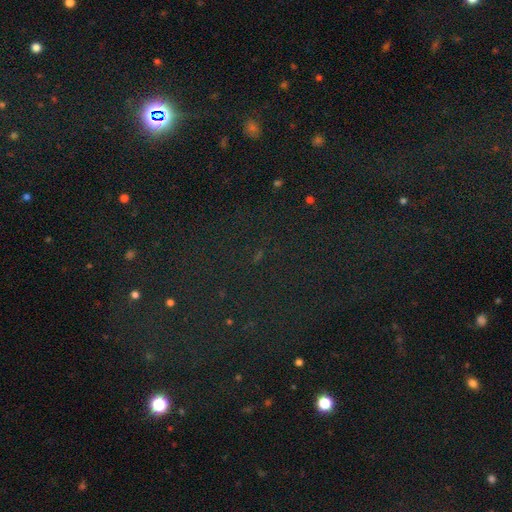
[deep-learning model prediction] A star or artifact, not a galaxy (75%).

Vote fractions:
- Smooth or featured? star or artifact: 75% / smooth: 16% / featured or disk: 9%